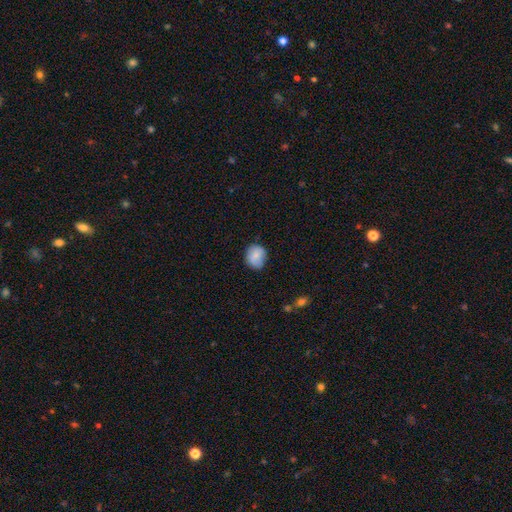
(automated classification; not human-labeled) The model was most divided on "how rounded": round: 70%, in between: 29%, cigar-shaped: 1%. More confident: smooth or featured — smooth (81%); merging — none (73%).